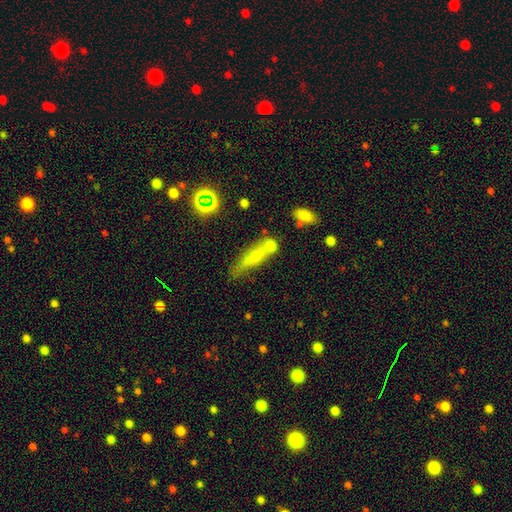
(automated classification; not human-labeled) Overall: smooth (62%; featured or disk 24%). How rounded: cigar-shaped (57%; in between 38%). Merging: none (42%; minor disturbance 23%).